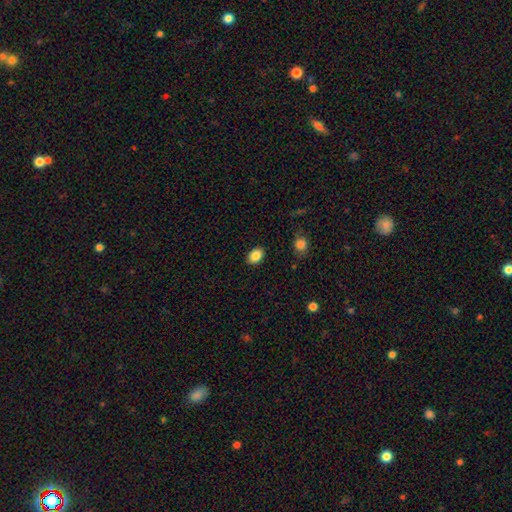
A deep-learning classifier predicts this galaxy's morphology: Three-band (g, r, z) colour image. It shows a smooth galaxy with no disk features (86%) that is in between round and cigar-shaped (79%). Merging: none (88%).